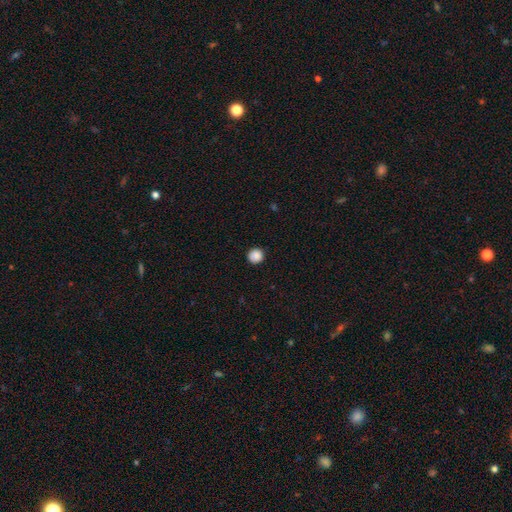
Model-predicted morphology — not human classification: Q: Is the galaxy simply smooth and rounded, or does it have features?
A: smooth — 88%.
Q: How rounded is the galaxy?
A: round — 93%.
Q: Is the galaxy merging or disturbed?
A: none — 92%.